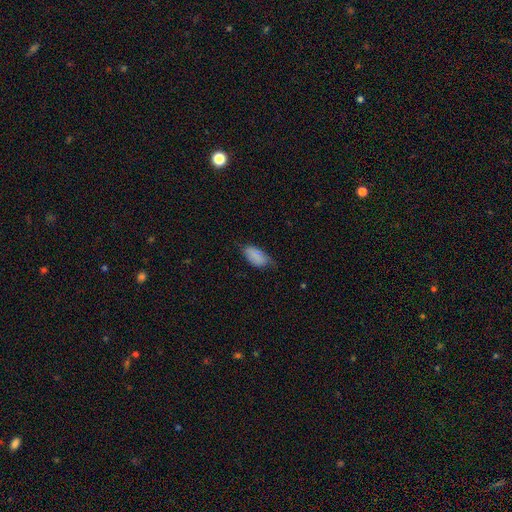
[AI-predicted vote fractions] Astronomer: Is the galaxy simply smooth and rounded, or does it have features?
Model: smooth — 82%.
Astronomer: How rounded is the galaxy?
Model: in between — 94%.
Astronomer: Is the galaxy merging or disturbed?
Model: none — 51% (runner-up: minor disturbance, 37%).